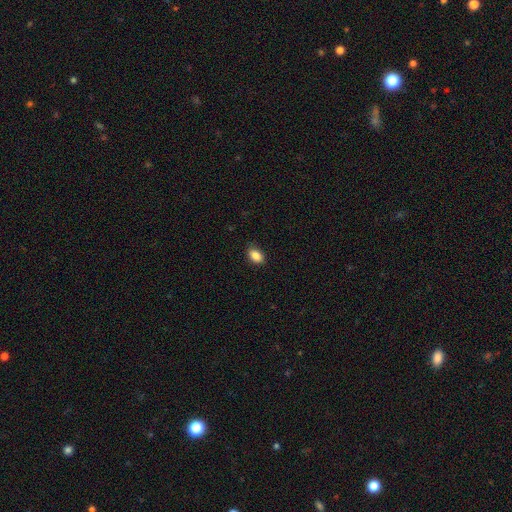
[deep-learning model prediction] smooth_or_featured: smooth (p=0.88) [alt: star or artifact p=0.08]
how_rounded: in between (p=0.85) [alt: round p=0.13]
merging: none (p=0.86) [alt: minor disturbance p=0.10]